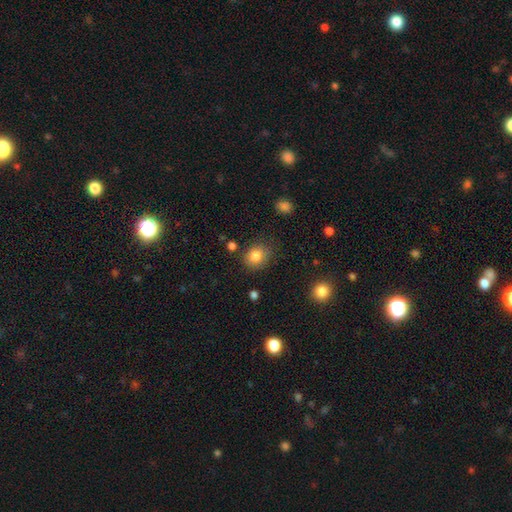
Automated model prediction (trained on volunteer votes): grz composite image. It shows a smooth galaxy with no disk features (82%) that is round (65%). Merging: none (79%).